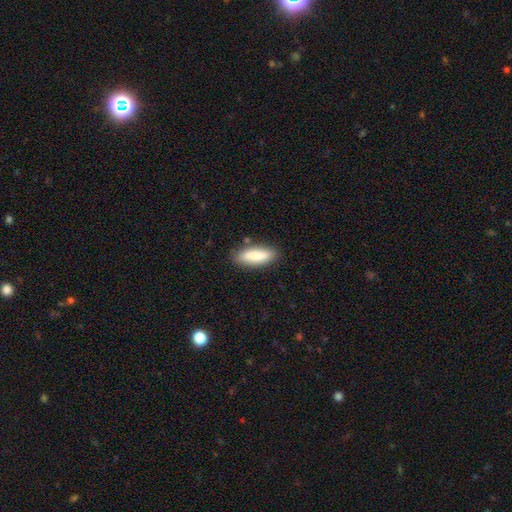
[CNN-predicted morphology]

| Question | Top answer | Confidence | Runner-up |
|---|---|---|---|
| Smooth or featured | smooth | 85% | featured or disk (9%) |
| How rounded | in between | 56% | cigar-shaped (43%) |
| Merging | none | 83% | minor disturbance (12%) |